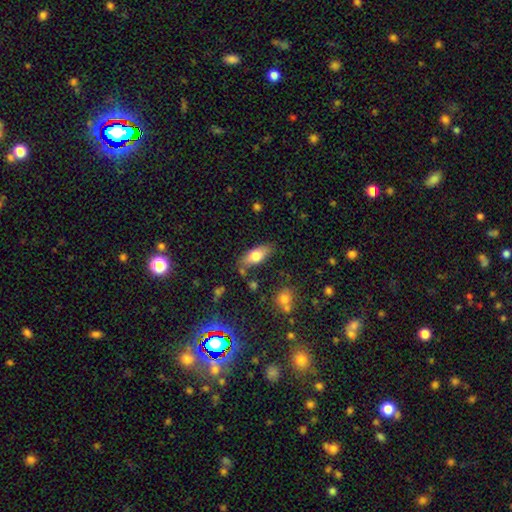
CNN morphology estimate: type=smooth (74%); roundness=in between (82%); merging=none (77%).